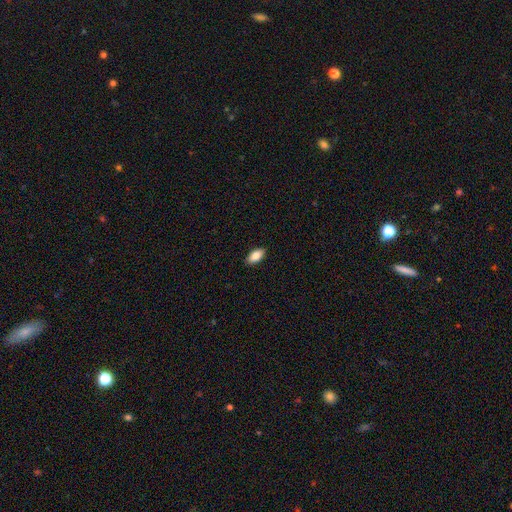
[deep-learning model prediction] Smooth or featured: smooth — 85% (featured or disk — 8%)
How rounded: in between — 92% (cigar-shaped — 6%)
Merging: none — 89% (minor disturbance — 8%)